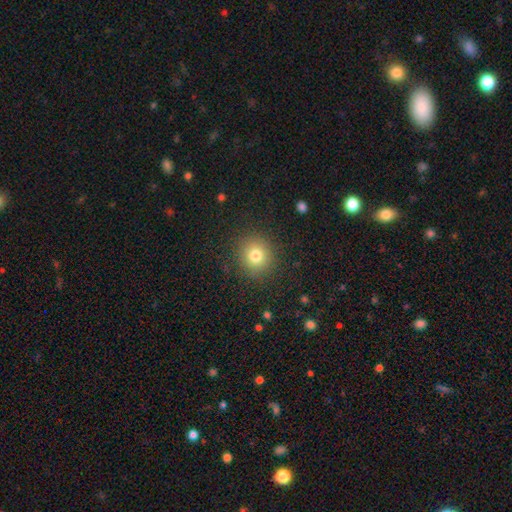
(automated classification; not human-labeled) This is likely a smooth galaxy (78%). How rounded: clearly round (89%). Merging: clearly none (88%).